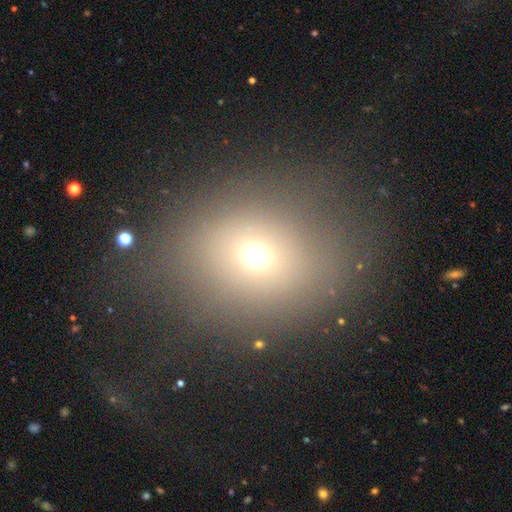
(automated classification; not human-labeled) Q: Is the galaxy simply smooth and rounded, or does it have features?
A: smooth — 66%.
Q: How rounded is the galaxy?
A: round — 66%.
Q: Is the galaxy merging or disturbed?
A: none — 72%.